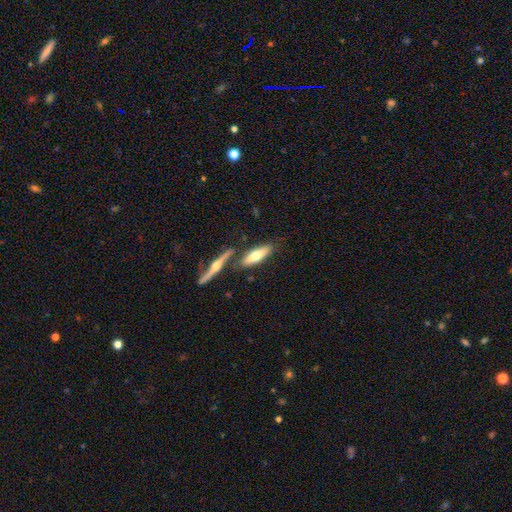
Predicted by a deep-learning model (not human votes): smooth-or-featured: smooth: 55% | featured or disk: 39% | star or artifact: 6%
  how-rounded: in between: 49% | cigar-shaped: 48% | round: 2%
  merging: none: 63% | merger: 22% | minor disturbance: 12% | major disturbance: 3%